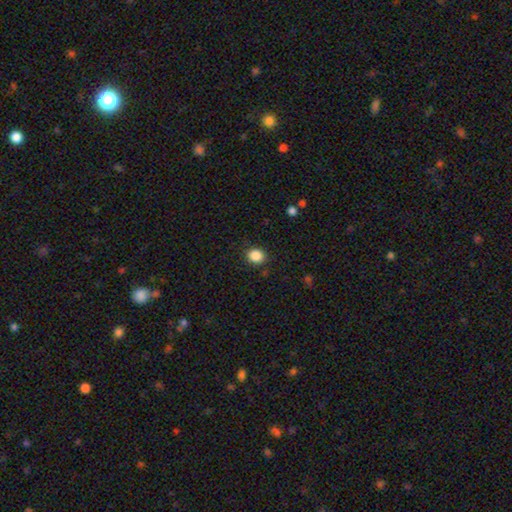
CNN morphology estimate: This appears to be a smooth galaxy with no disk features (86%) that is round (71%). Merging: none (87%).